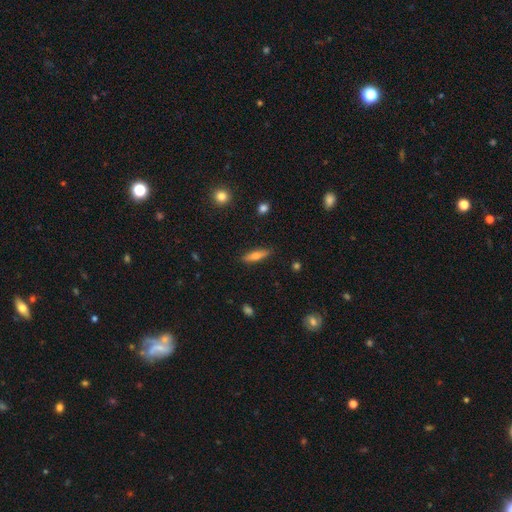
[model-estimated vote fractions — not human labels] A smooth galaxy with no disk features (64%) that is cigar-shaped (67%). Merging: none (87%).